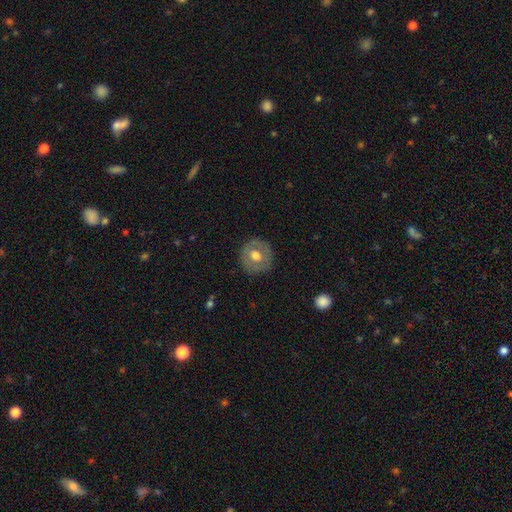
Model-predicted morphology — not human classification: A smooth galaxy with no disk features (54%) that is round (91%). Merging: none (85%).